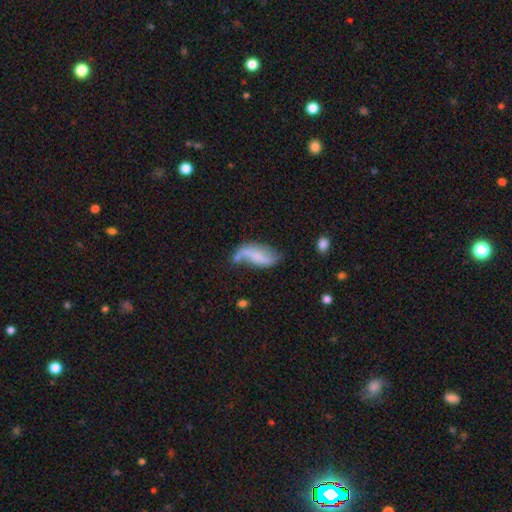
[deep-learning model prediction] Smooth or featured? Predicted: featured or disk (p=0.47). Merging? Predicted: none (p=0.34).